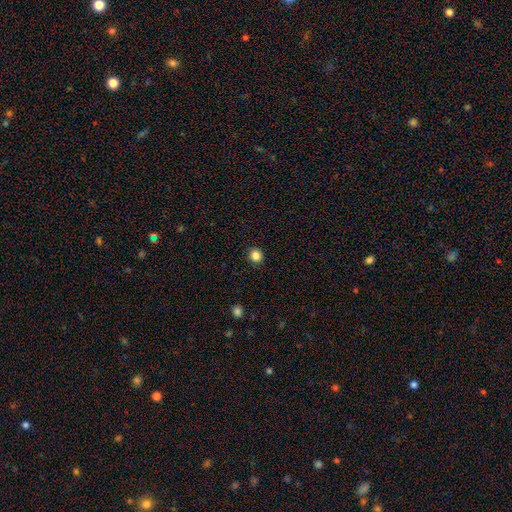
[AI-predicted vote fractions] Smooth or featured? smooth (84%)
How rounded? round (83%)
Merging? none (91%)